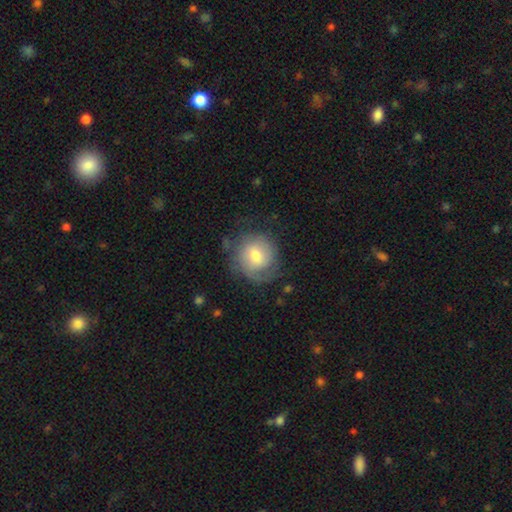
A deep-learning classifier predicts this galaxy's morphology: A featured or disk galaxy (46%, tied with smooth). Merging: none (65%).